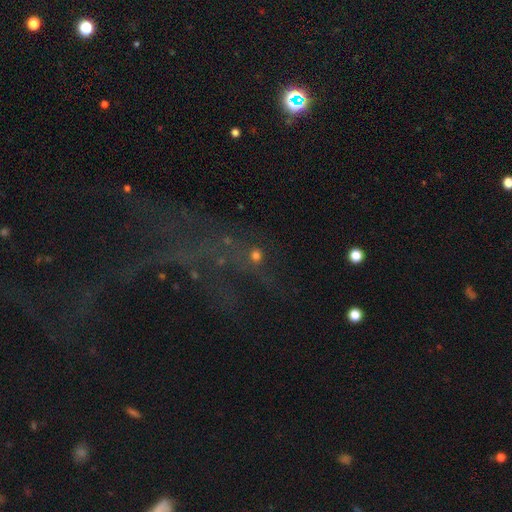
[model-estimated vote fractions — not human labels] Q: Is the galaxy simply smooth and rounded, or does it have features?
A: smooth — 50%.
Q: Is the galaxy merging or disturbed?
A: none — 53%.